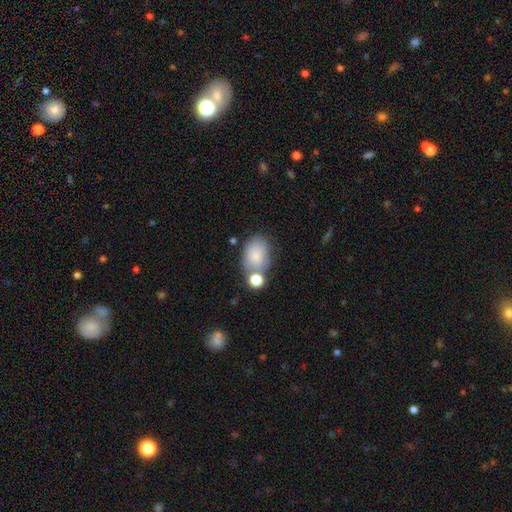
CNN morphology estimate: A smooth galaxy with no disk features (78%) that is in between round and cigar-shaped (77%).

Vote fractions:
- Smooth or featured? smooth: 78% / featured or disk: 13% / star or artifact: 9%
- How rounded? in between: 77% / round: 22% / cigar-shaped: 1%
- Merging? none: 50% / merger: 22% / minor disturbance: 19% / major disturbance: 8%